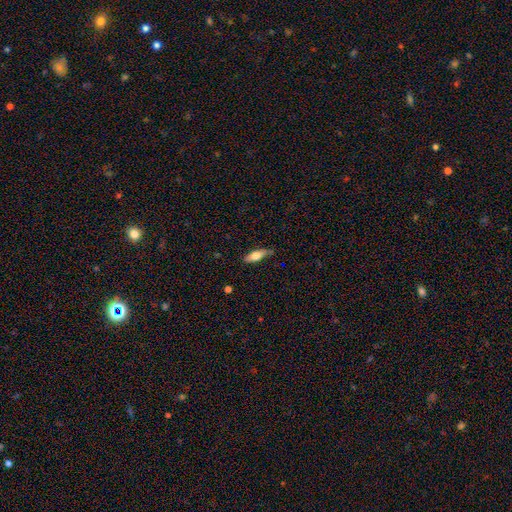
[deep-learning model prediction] Morphology: type=smooth (64%); roundness=in between (59%); merging=none (74%).